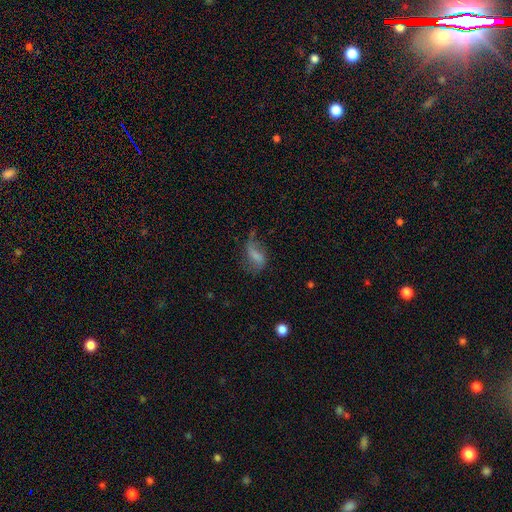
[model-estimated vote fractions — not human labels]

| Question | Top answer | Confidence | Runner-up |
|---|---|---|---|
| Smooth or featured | featured or disk | 46% | smooth (44%) |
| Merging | none | 37% | major disturbance (34%) |